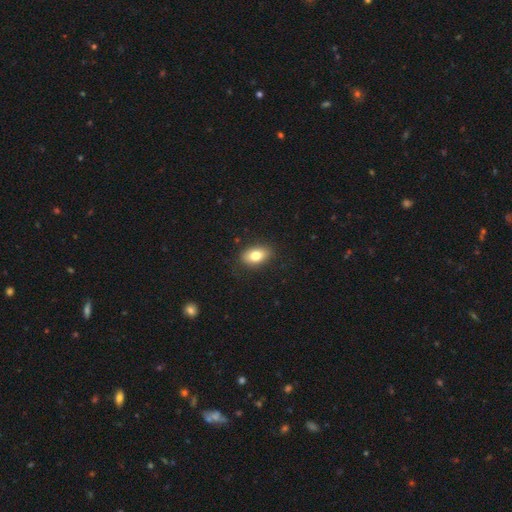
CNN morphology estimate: This appears to be a smooth galaxy with no disk features (79%) that is in between round and cigar-shaped (87%). Merging: none (86%).